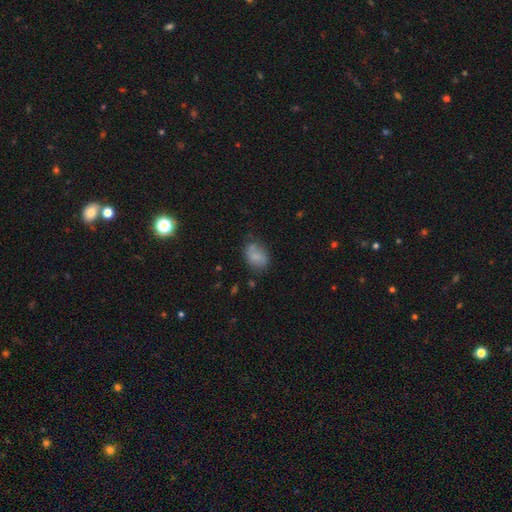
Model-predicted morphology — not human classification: Smooth or featured? smooth (76%)
How rounded? in between (77%)
Merging? none (57%)